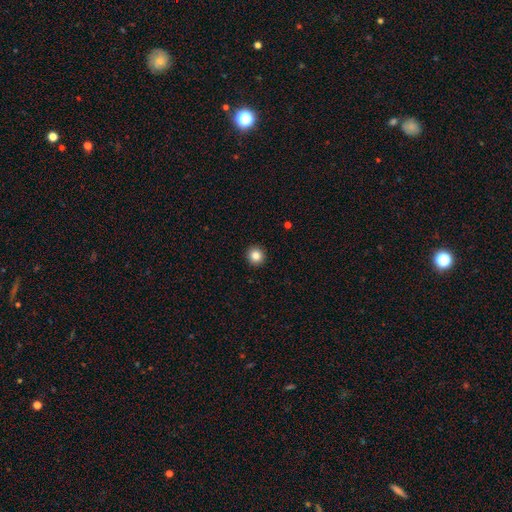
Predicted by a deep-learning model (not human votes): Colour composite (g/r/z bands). It shows a smooth galaxy with no disk features (85%) that is round (93%). Merging: none (93%).